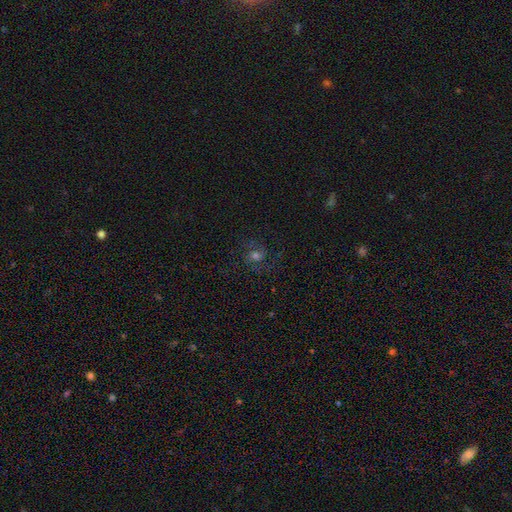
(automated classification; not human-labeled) smooth_or_featured: featured or disk (p=0.52) [alt: smooth p=0.26]
disk_edge_on: no (p=0.97) [alt: yes p=0.03]
bar: no (p=0.59) [alt: weak p=0.34]
has_spiral_arms: yes (p=0.88) [alt: no p=0.12]
bulge_size: moderate (p=0.57) [alt: small p=0.24]
merging: none (p=0.73) [alt: minor disturbance p=0.14]